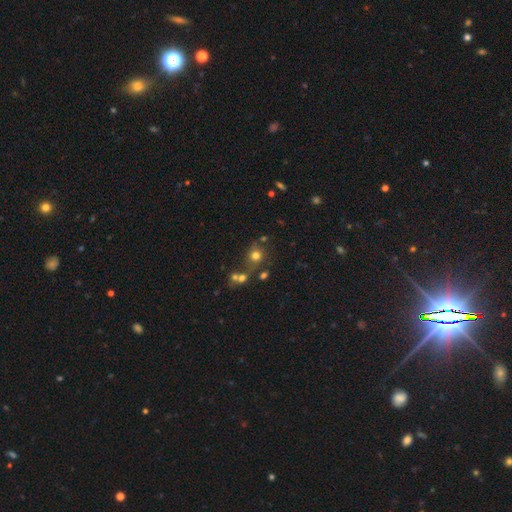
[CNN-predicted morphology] smooth 68%, star or artifact 19%, featured or disk 13%. Down the decision tree: how rounded — round (81%); merging — none (58%).